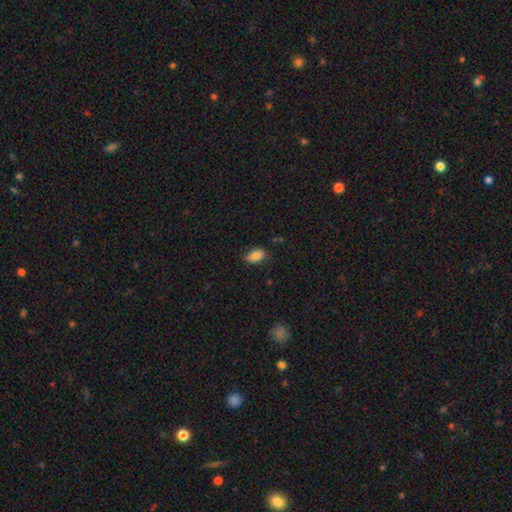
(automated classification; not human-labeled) The model was most divided on "merging": none: 78%, minor disturbance: 17%, major disturbance: 3%, merger: 1%. More confident: how rounded — in between (91%); smooth or featured — smooth (85%).